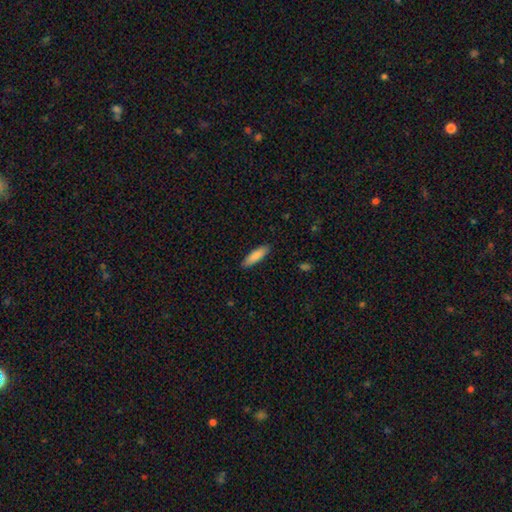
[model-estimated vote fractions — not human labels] smooth 85%, featured or disk 9%, star or artifact 6%. Down the decision tree: how rounded — cigar-shaped (64%); merging — none (88%).